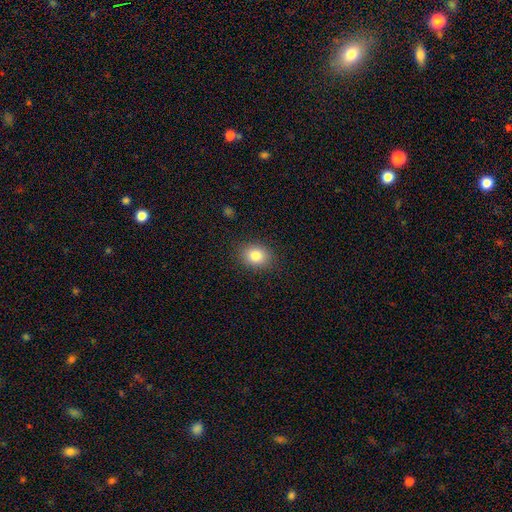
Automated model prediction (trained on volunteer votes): Smooth or featured? smooth (83%)
How rounded? in between (53%)
Merging? none (87%)